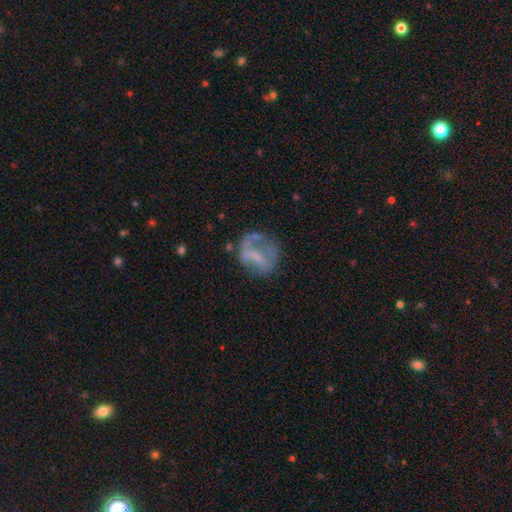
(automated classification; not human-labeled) This is possibly a featured or disk galaxy (53%). It is clearly not viewed edge-on (97%). Bar: possibly no (50%). Spiral arm pattern: likely no (64%). Central bulge: possibly none (57%). Merging: marginally none (45%).